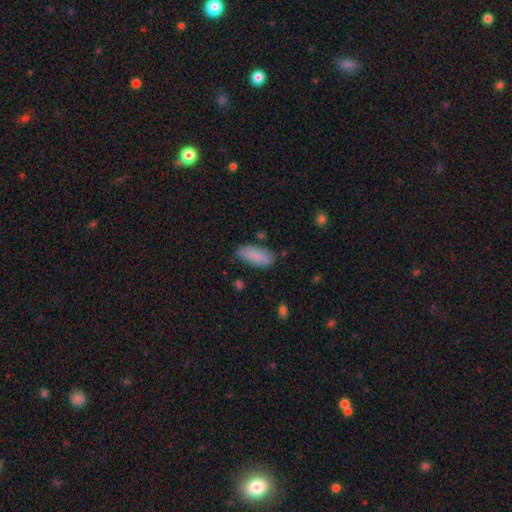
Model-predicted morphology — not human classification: smooth-or-featured: smooth: 85% | featured or disk: 9% | star or artifact: 7%
  how-rounded: in between: 79% | cigar-shaped: 19% | round: 2%
  merging: none: 75% | minor disturbance: 18% | major disturbance: 4% | merger: 3%